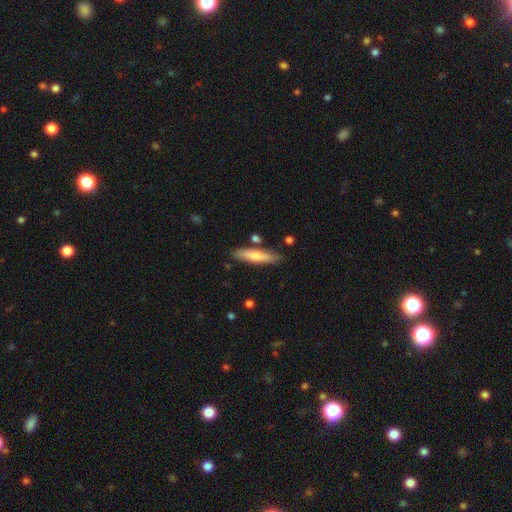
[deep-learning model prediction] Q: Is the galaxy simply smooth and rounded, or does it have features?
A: smooth — 69%.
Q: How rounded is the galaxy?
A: cigar-shaped — 76%.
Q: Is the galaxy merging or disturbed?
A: none — 81%.